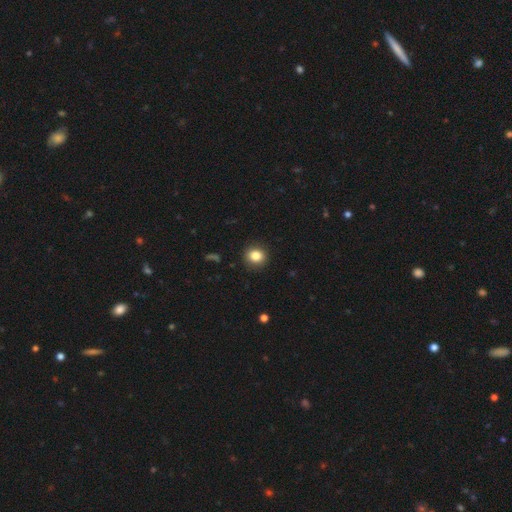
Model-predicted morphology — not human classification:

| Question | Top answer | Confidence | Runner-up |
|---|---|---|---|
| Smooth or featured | smooth | 84% | star or artifact (10%) |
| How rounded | round | 80% | in between (19%) |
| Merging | none | 90% | minor disturbance (7%) |